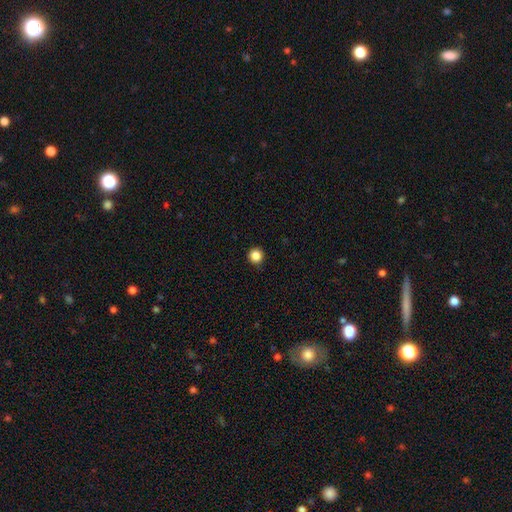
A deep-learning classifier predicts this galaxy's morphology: The model was most divided on "smooth or featured": smooth: 85%, star or artifact: 11%, featured or disk: 4%. More confident: how rounded — round (96%); merging — none (93%).